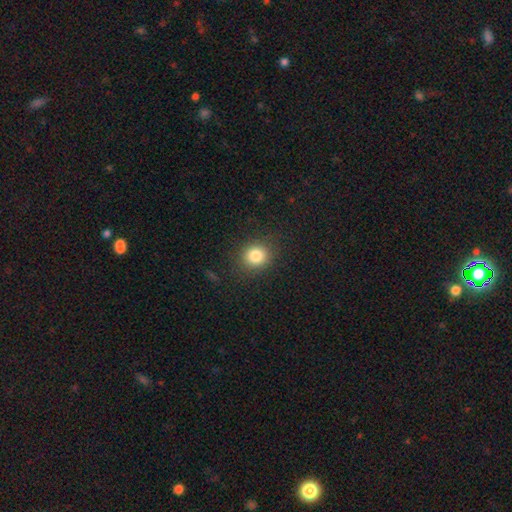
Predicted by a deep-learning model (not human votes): This appears to be a smooth galaxy with no disk features (82%) that is round (81%). Merging: none (86%).